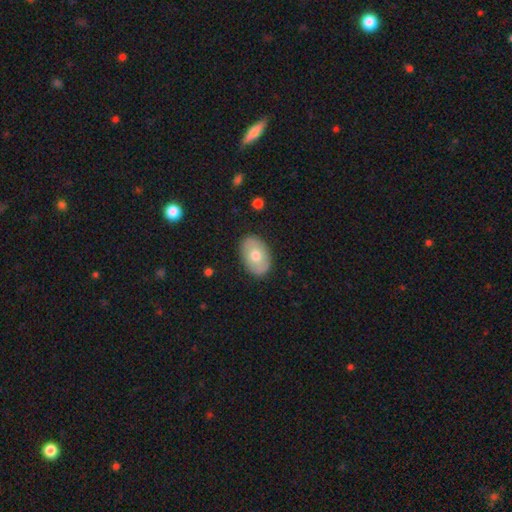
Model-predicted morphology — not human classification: A smooth galaxy with no disk features (68%) that is in between round and cigar-shaped (87%). Merging: none (87%).